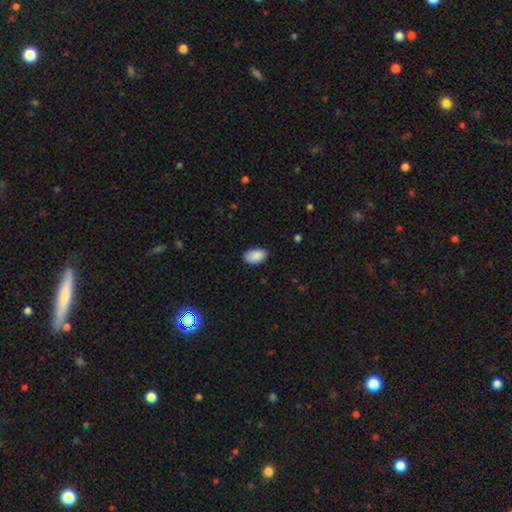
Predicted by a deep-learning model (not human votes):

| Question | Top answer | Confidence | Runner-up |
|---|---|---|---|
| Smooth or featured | smooth | 90% | star or artifact (7%) |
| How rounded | in between | 93% | round (6%) |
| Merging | none | 85% | minor disturbance (12%) |